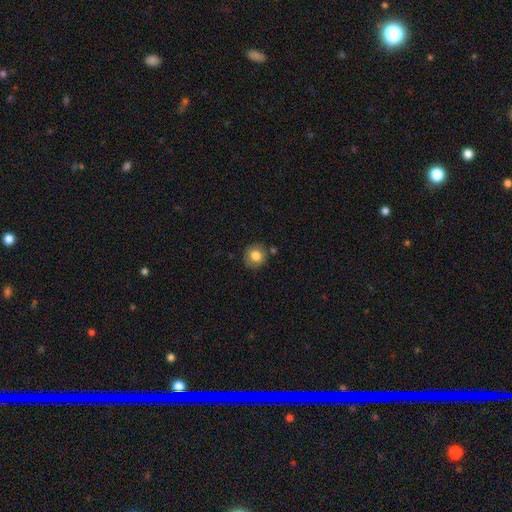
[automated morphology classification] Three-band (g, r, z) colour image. It shows a smooth galaxy with no disk features (79%) that is round (87%). Merging: none (82%).